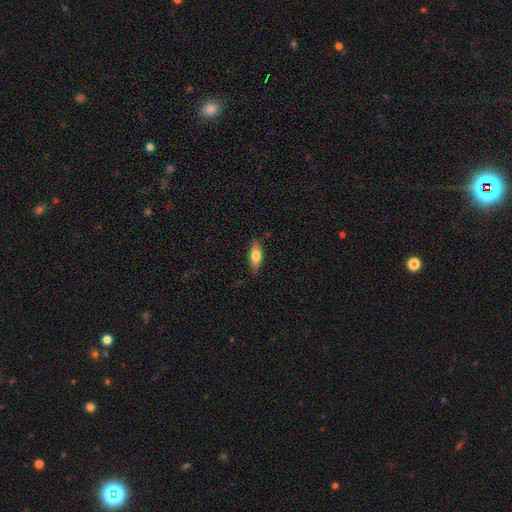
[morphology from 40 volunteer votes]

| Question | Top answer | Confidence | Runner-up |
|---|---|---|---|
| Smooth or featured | smooth | 68% | featured or disk (22%) |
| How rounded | in between | 70% | cigar-shaped (30%) |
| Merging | none | 75% | minor disturbance (22%) |